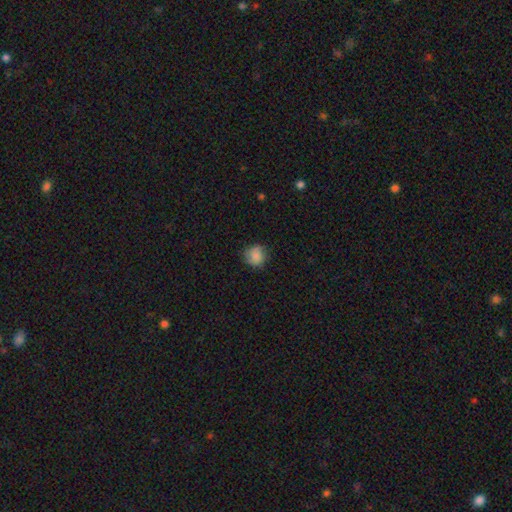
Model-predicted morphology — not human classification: Overall: smooth (82%). How rounded: round (87%). Merging: none (77%).